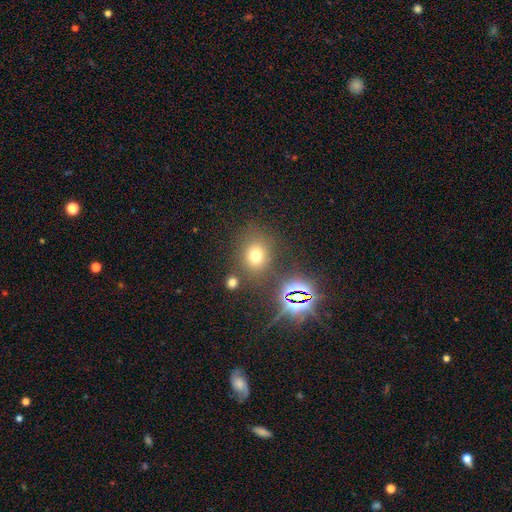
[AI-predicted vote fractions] A smooth galaxy with no disk features (66%) that is round (72%). Merging: none (78%).